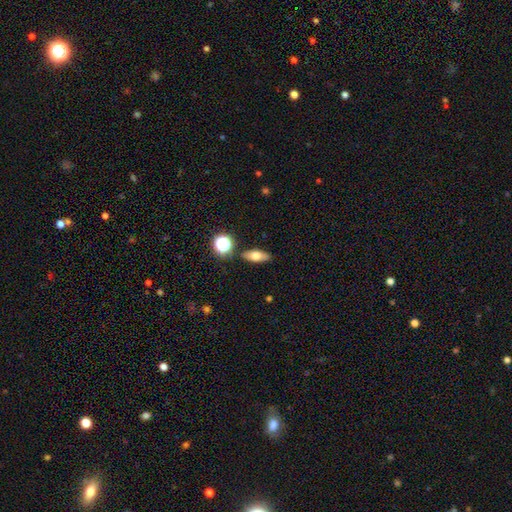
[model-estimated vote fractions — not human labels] A smooth galaxy with no disk features (65%) that is in between round and cigar-shaped (68%).

Vote fractions:
- Smooth or featured? smooth: 65% / featured or disk: 24% / star or artifact: 10%
- How rounded? in between: 68% / cigar-shaped: 23% / round: 9%
- Merging? none: 85% / minor disturbance: 9% / merger: 4% / major disturbance: 2%